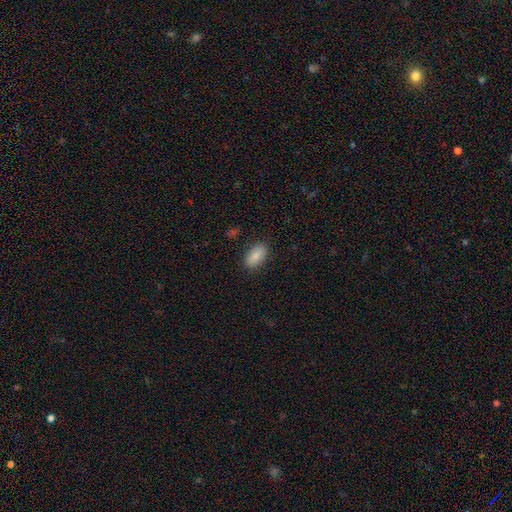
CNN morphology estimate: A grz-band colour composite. It shows a smooth galaxy with no disk features (86%) that is in between round and cigar-shaped (91%). Merging: none (86%).